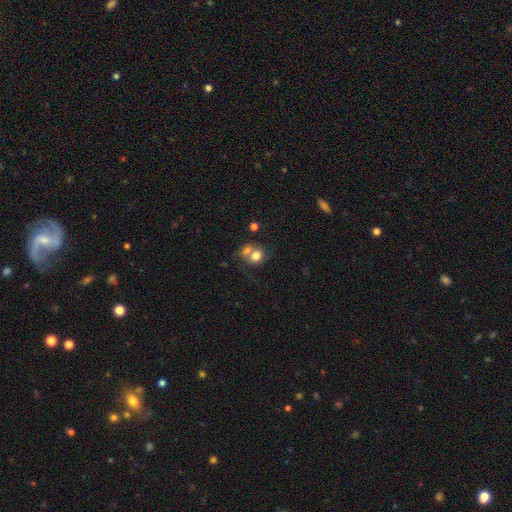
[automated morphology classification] Smooth or featured? smooth (74%)
How rounded? round (67%)
Merging? merger (54%)